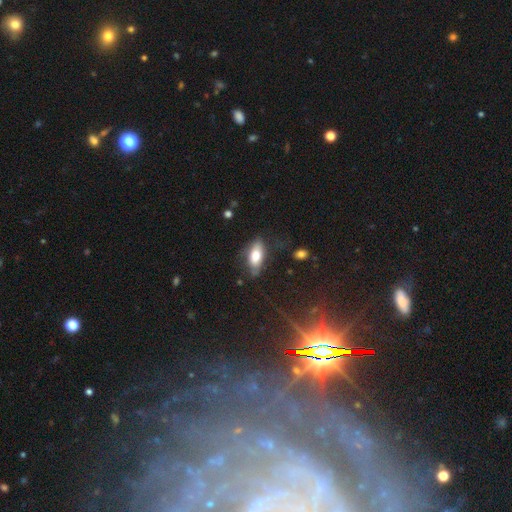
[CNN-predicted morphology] Smooth or featured? Predicted: smooth (p=0.73). How rounded? Predicted: in between (p=0.86). Merging? Predicted: none (p=0.67).